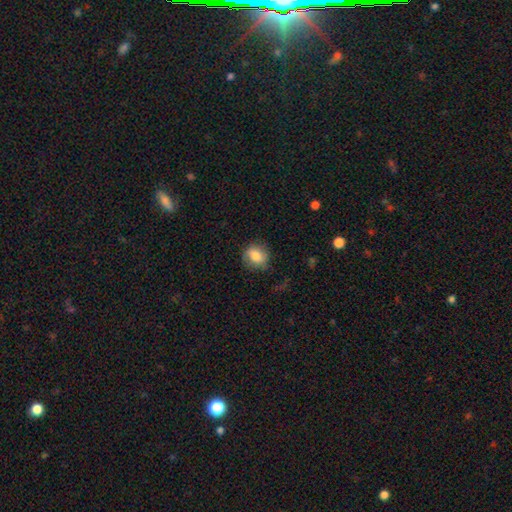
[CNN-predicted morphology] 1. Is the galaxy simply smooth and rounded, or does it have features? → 78% smooth, 13% featured or disk, 9% star or artifact.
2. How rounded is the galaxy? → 72% round, 27% in between, 1% cigar-shaped.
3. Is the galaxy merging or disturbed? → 76% none, 17% minor disturbance, 6% major disturbance, 1% merger.